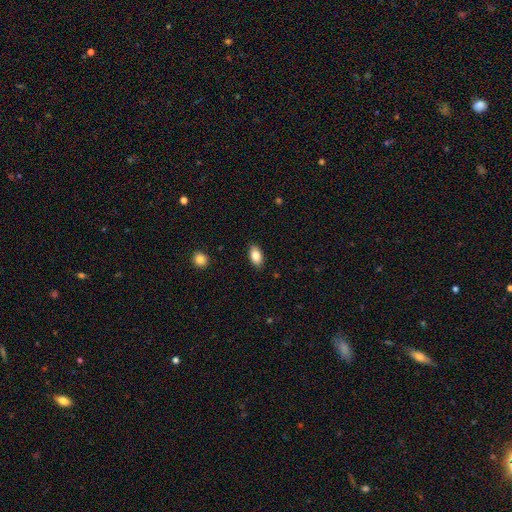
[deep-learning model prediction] This is clearly a smooth galaxy (84%). How rounded: clearly in between (92%). Merging: clearly none (88%).